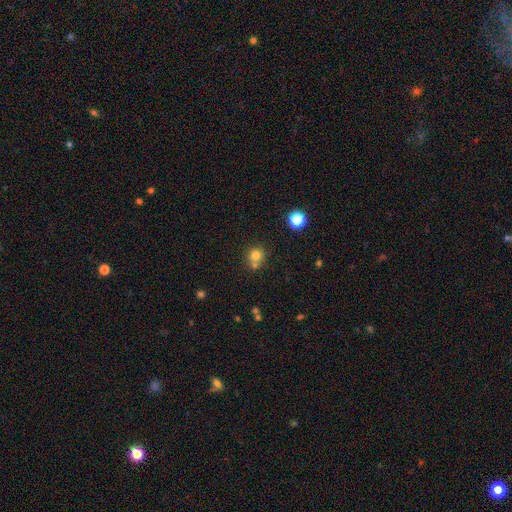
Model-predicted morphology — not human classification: The model was most divided on "merging": none: 57%, merger: 31%, minor disturbance: 9%, major disturbance: 3%. More confident: how rounded — round (88%); smooth or featured — smooth (76%).